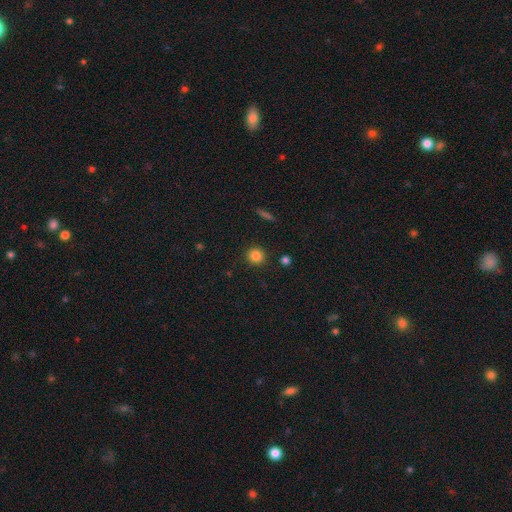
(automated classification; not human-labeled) This appears to be a smooth galaxy with no disk features (84%) that is round (91%). Merging: none (90%).